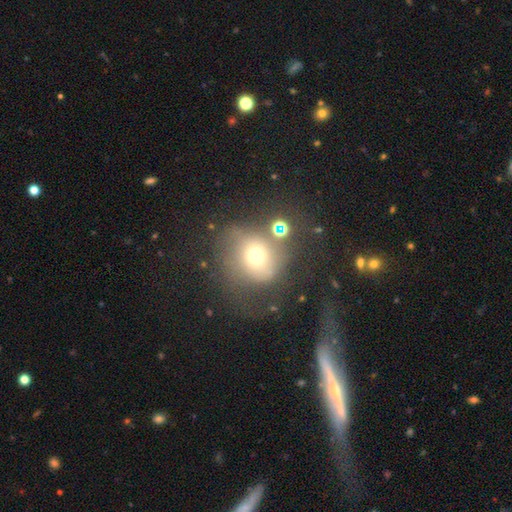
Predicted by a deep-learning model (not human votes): smooth 60%, featured or disk 22%, star or artifact 18%. Down the decision tree: how rounded — round (80%); merging — none (39%).